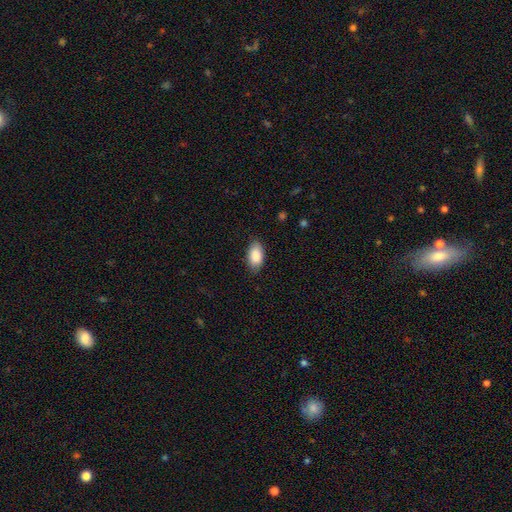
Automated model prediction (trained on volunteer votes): Smooth or featured? Predicted: smooth (p=0.89). How rounded? Predicted: in between (p=0.94). Merging? Predicted: none (p=0.82).